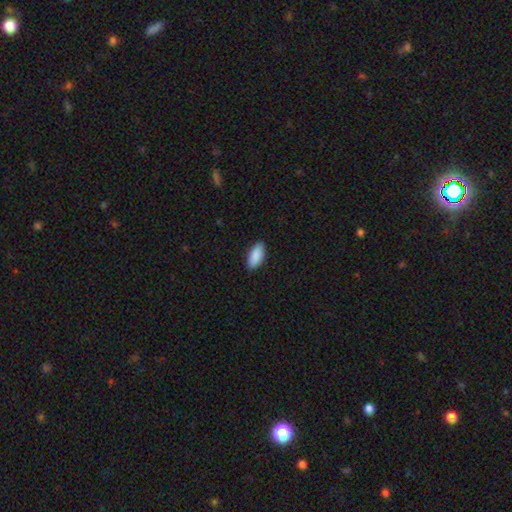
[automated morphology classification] A smooth galaxy with no disk features (90%) that is in between round and cigar-shaped (91%). Merging: none (89%).